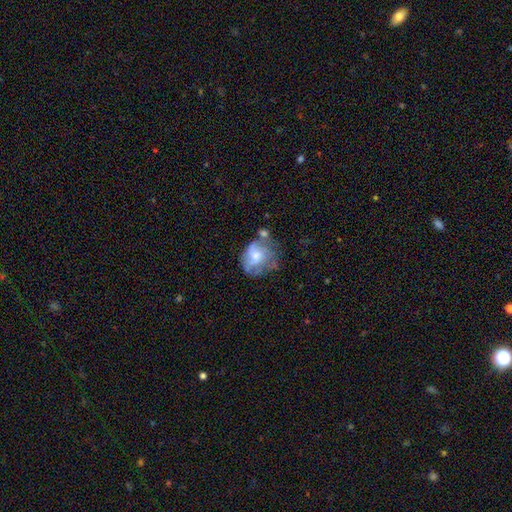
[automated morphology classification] A featured or disk galaxy (55%) with no bar (75%), spiral arms (61%) and a moderate central bulge (50%).

Vote fractions:
- Smooth or featured? featured or disk: 55% / smooth: 36% / star or artifact: 8%
- Edge-on disk? no: 98% / yes: 2%
- Bar? no: 75% / weak: 22% / strong: 3%
- Spiral arms? yes: 61% / no: 39%
- Bulge size? moderate: 50% / small: 36% / large: 7% / none: 6% / dominant: 1%
- Merging? none: 41% / minor disturbance: 25% / major disturbance: 20% / merger: 14%